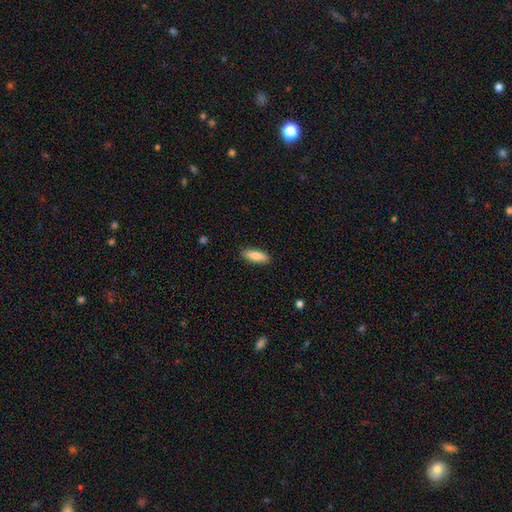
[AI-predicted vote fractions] Morphology: type=smooth (78%); roundness=in between (56%); merging=none (88%).